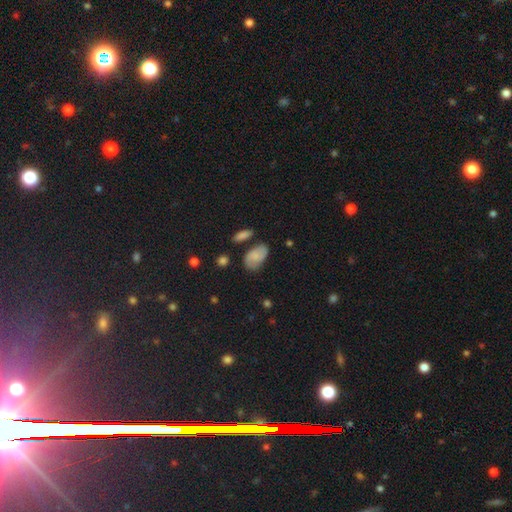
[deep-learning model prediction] Smooth or featured? Predicted: smooth (p=0.69). How rounded? Predicted: in between (p=0.92). Merging? Predicted: none (p=0.63).